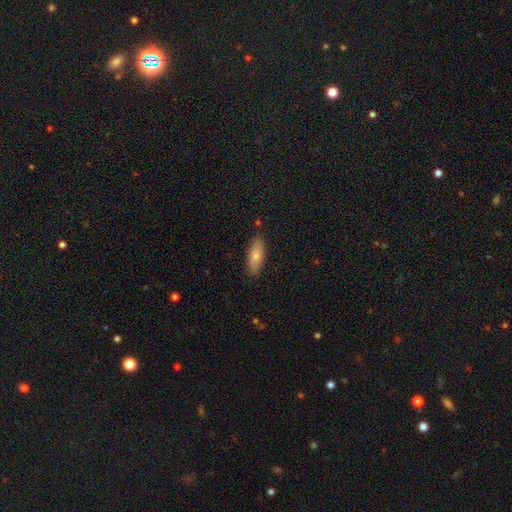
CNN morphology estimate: The model was most divided on "how rounded": in between: 69%, cigar-shaped: 28%, round: 2%. More confident: merging — none (86%); smooth or featured — smooth (76%).